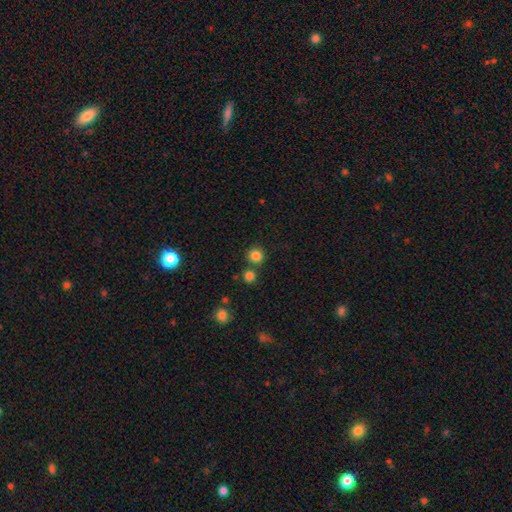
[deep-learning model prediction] This appears to be a smooth galaxy with no disk features (83%) that is round (92%). Merging: none (76%).